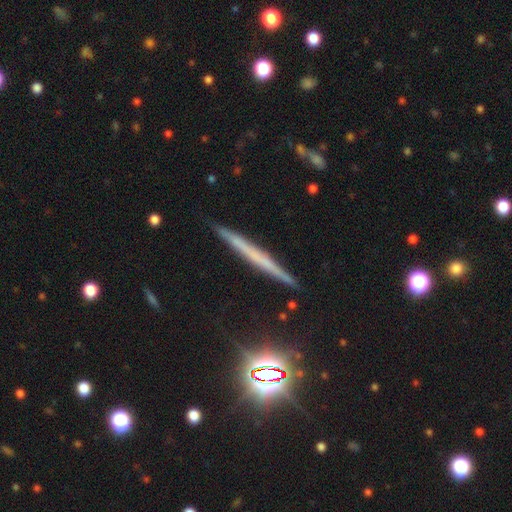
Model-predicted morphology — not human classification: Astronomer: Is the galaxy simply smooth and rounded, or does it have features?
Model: featured or disk — 48% (runner-up: smooth, 39%).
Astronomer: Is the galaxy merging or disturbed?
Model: none — 90%.